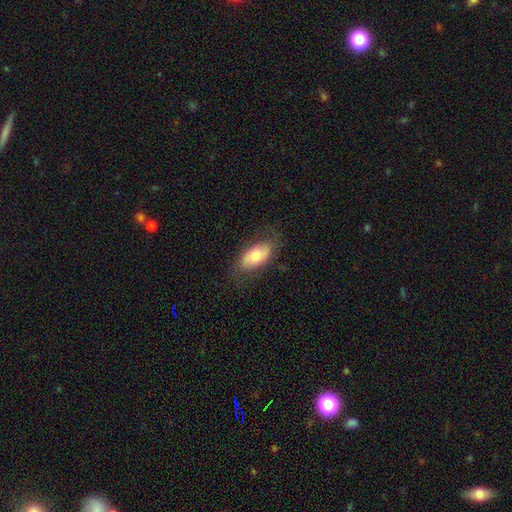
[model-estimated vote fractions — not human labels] smooth 67%, featured or disk 27%, star or artifact 6%. Down the decision tree: how rounded — in between (91%); merging — none (76%).